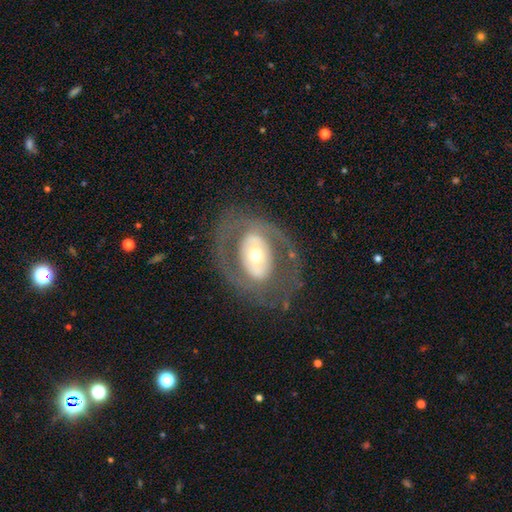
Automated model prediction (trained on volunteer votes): Smooth or featured? Predicted: featured or disk (p=0.69). Edge-on disk? Predicted: no (p=0.94). Bar? Predicted: no (p=0.61). Spiral arms? Predicted: no (p=0.61). Bulge size? Predicted: moderate (p=0.62). Merging? Predicted: none (p=0.70).